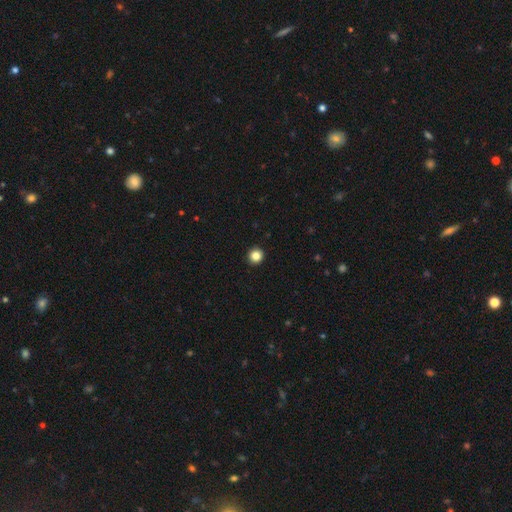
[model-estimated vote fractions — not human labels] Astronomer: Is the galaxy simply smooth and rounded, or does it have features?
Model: smooth — 86%.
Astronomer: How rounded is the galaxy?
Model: round — 95%.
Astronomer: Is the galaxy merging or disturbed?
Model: none — 94%.